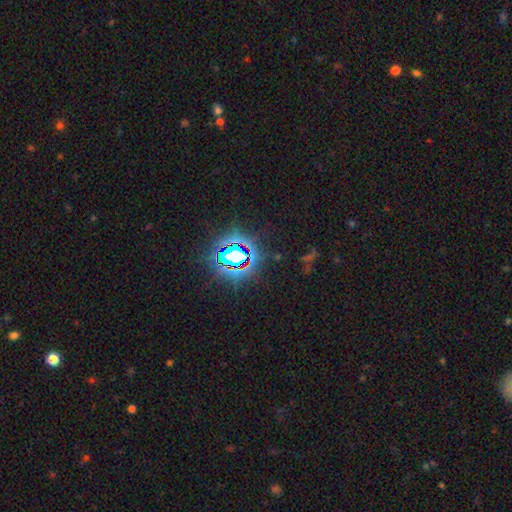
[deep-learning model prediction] Smooth or featured: star or artifact — 78% (smooth — 13%)